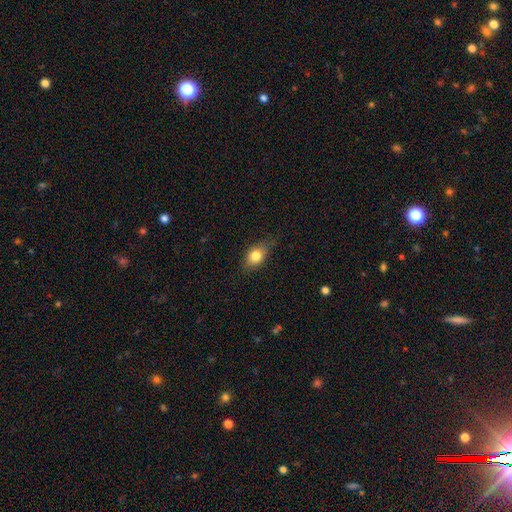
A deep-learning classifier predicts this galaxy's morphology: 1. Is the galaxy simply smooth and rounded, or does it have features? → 80% smooth, 11% featured or disk, 9% star or artifact.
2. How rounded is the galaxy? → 74% in between, 23% round, 3% cigar-shaped.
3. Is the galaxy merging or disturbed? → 76% none, 19% minor disturbance, 4% major disturbance, 1% merger.